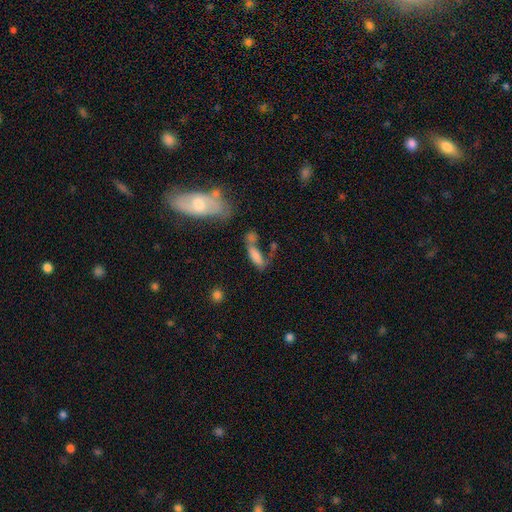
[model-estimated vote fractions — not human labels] smooth-or-featured: smooth: 72% | featured or disk: 17% | star or artifact: 11%
  how-rounded: in between: 63% | cigar-shaped: 34% | round: 4%
  merging: merger: 38% | none: 29% | major disturbance: 17% | minor disturbance: 16%